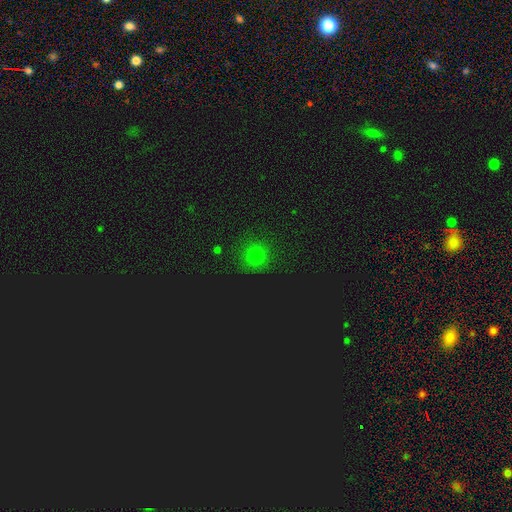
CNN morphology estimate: A smooth galaxy with no disk features (70%) that is round (92%).

Vote fractions:
- Smooth or featured? smooth: 70% / star or artifact: 24% / featured or disk: 6%
- How rounded? round: 92% / in between: 7% / cigar-shaped: 1%
- Merging? none: 87% / minor disturbance: 9% / major disturbance: 3% / merger: 1%